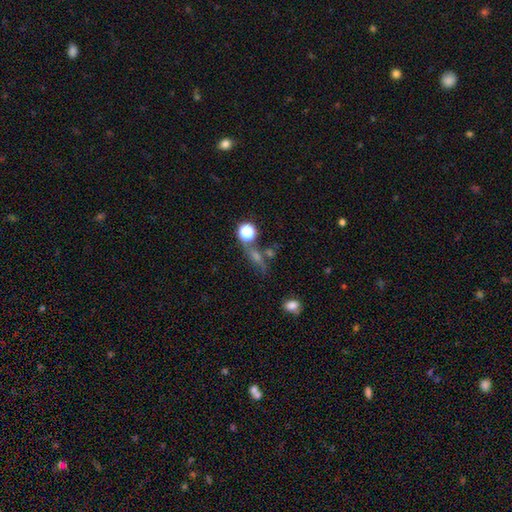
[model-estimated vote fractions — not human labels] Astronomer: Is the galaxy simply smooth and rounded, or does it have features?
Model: star or artifact — 35%, tied with smooth at 35%.